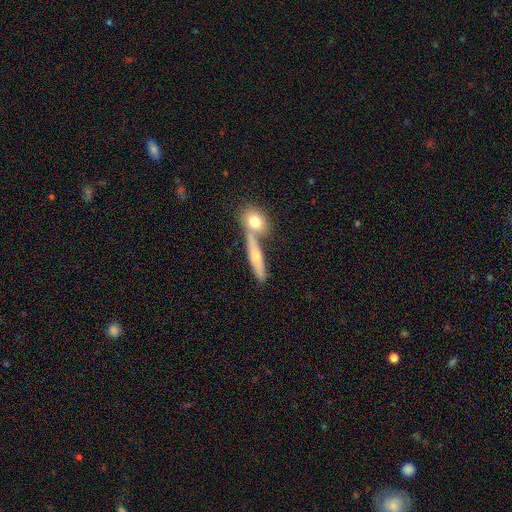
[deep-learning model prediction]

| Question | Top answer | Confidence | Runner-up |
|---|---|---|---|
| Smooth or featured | featured or disk | 47% | smooth (45%) |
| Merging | none | 53% | merger (34%) |